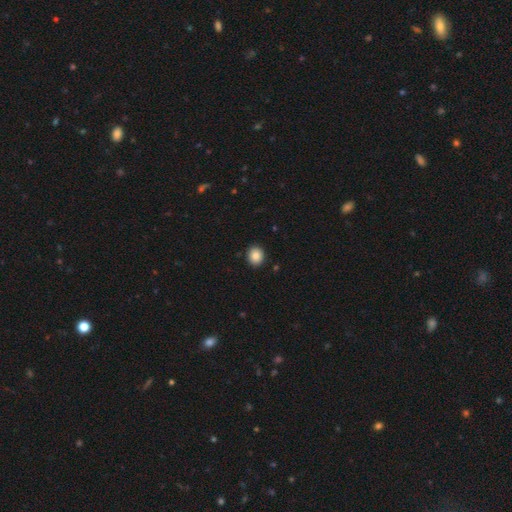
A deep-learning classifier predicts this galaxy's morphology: Overall: smooth (86%). How rounded: round (74%). Merging: none (91%).